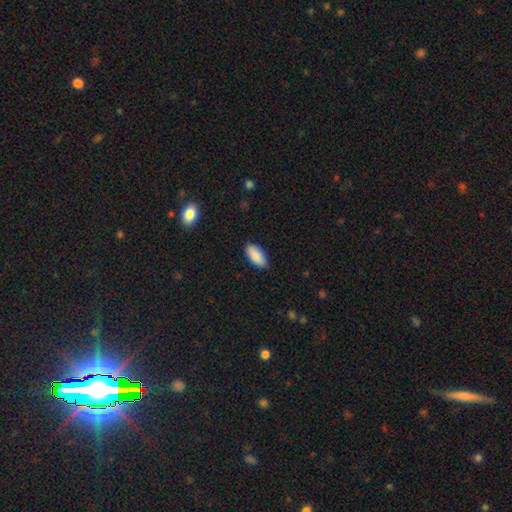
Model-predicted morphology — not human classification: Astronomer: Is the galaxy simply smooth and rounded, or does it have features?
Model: smooth — 89%.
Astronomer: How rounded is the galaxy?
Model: in between — 88%.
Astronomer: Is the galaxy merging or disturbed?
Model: none — 87%.